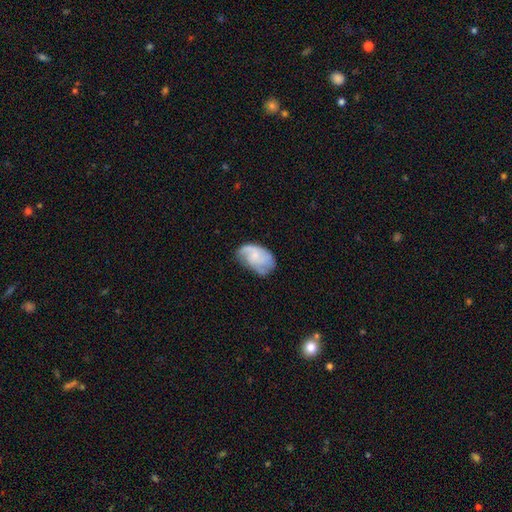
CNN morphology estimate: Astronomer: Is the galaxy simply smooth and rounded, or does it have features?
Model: featured or disk — 55% (runner-up: smooth, 38%).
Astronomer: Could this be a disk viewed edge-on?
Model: no — 97%.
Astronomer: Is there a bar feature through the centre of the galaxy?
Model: no — 70%.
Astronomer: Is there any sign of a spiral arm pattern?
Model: yes — 84%.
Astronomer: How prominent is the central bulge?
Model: small — 49% (runner-up: none, 27%).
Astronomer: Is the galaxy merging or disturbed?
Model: none — 52% (runner-up: minor disturbance, 30%).